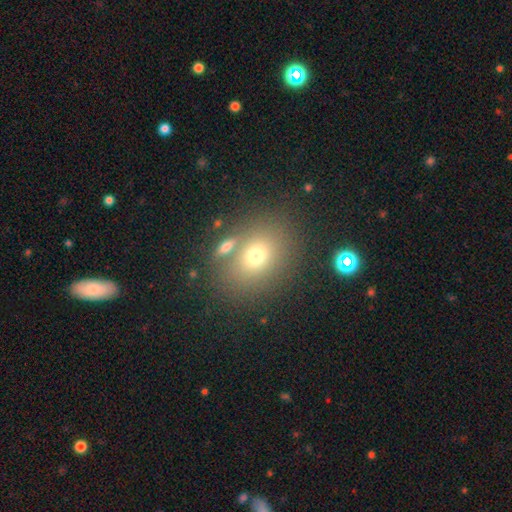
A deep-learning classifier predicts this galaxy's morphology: smooth_or_featured: smooth (p=0.70) [alt: star or artifact p=0.16]
how_rounded: in between (p=0.52) [alt: round p=0.47]
merging: none (p=0.69) [alt: merger p=0.15]